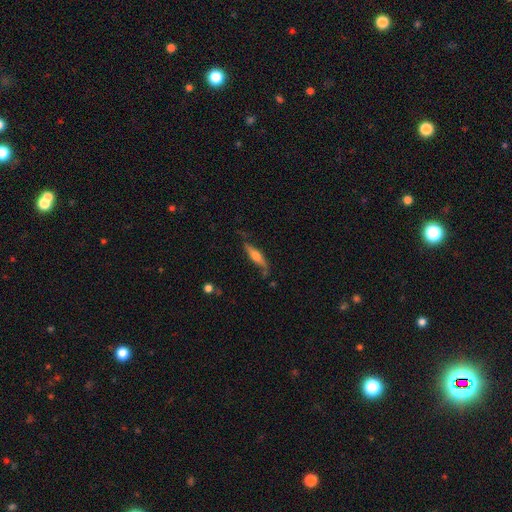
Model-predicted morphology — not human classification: Smooth or featured? featured or disk (53%)
Edge-on disk? yes (84%)
Merging? none (62%)